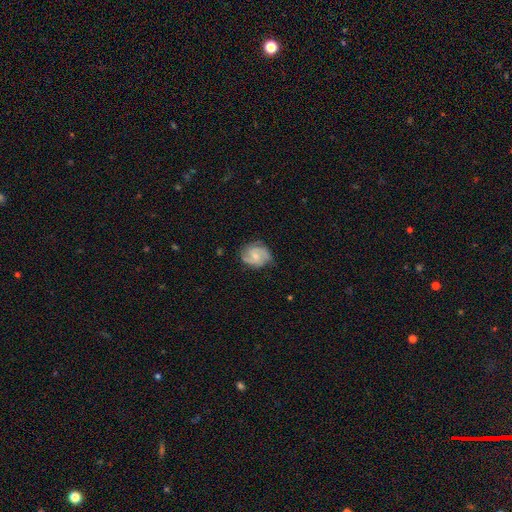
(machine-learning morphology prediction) smooth_or_featured: featured or disk (p=0.73) [alt: smooth p=0.21]
disk_edge_on: no (p=0.98) [alt: yes p=0.02]
bar: no (p=0.50) [alt: weak p=0.42]
has_spiral_arms: yes (p=0.94) [alt: no p=0.06]
spiral_winding: medium (p=0.49) [alt: tight p=0.34]
spiral_arm_count: 2 (p=0.68) [alt: 3 p=0.14]
bulge_size: small (p=0.54) [alt: moderate p=0.38]
merging: none (p=0.72) [alt: minor disturbance p=0.21]